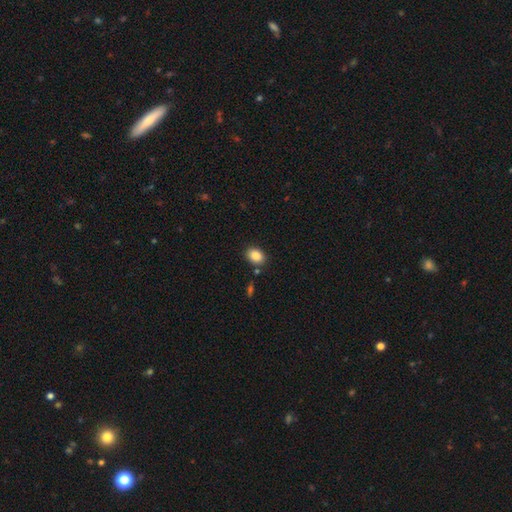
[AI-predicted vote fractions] Smooth or featured?
  - smooth: 87% *
  - star or artifact: 8%
  - featured or disk: 4%
How rounded?
  - in between: 71% *
  - round: 28%
  - cigar-shaped: 1%
Merging?
  - none: 83% *
  - minor disturbance: 10%
  - merger: 5%
  - major disturbance: 3%